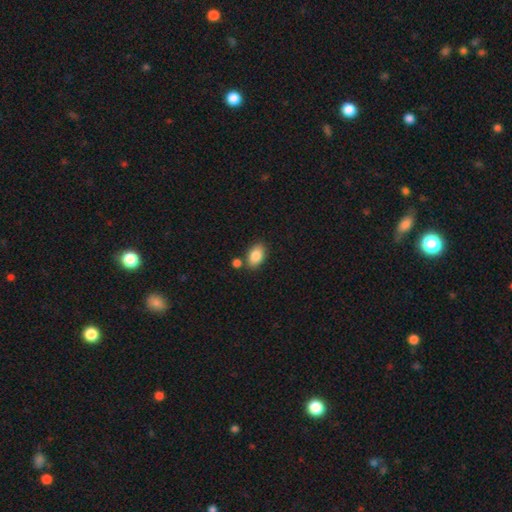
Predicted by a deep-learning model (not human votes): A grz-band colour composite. It shows a smooth galaxy with no disk features (85%) that is in between round and cigar-shaped (89%). Merging: none (76%).